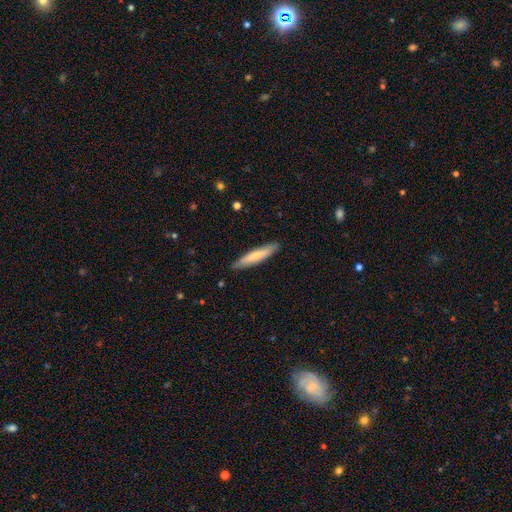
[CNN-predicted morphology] Smooth or featured: smooth — 67% (featured or disk — 28%)
How rounded: cigar-shaped — 88% (in between — 11%)
Merging: none — 87% (minor disturbance — 10%)